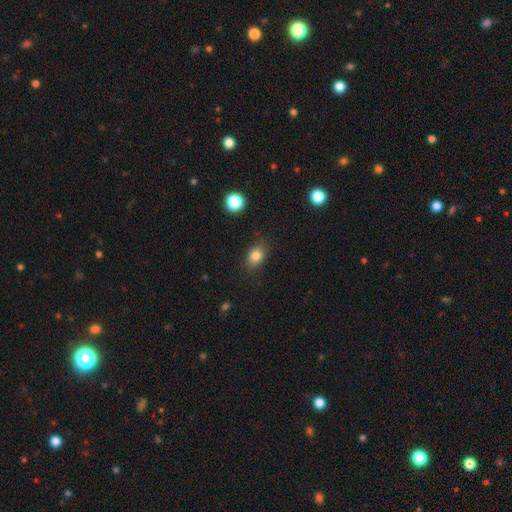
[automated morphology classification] Smooth or featured?
  - smooth: 82% *
  - star or artifact: 11%
  - featured or disk: 8%
How rounded?
  - in between: 71% *
  - round: 27%
  - cigar-shaped: 2%
Merging?
  - none: 80% *
  - minor disturbance: 15%
  - major disturbance: 4%
  - merger: 2%